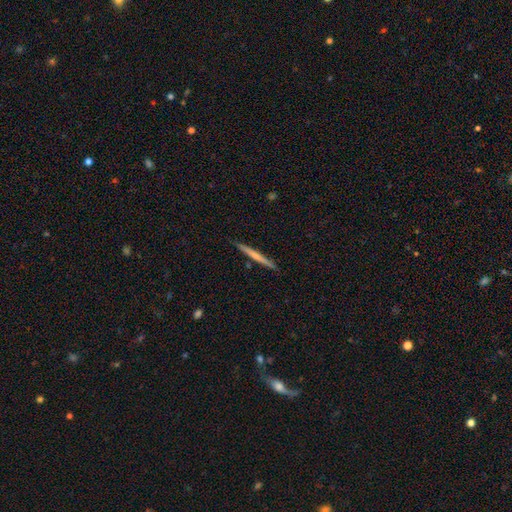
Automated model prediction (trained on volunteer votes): Overall: smooth (54%; featured or disk 41%). How rounded: cigar-shaped (97%). Merging: none (90%).